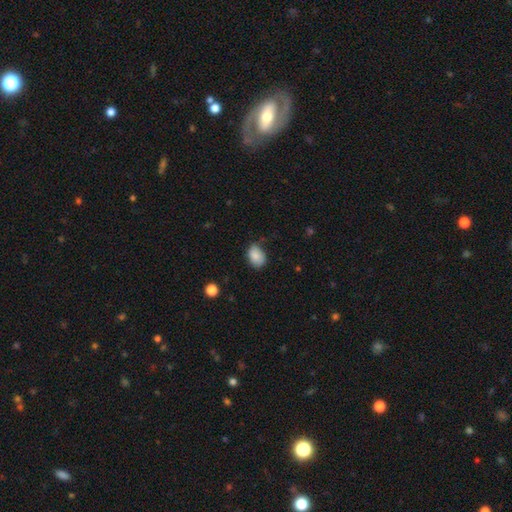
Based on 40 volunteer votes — Q: Smooth or featured?
A: smooth (92%); runner-up: featured or disk (5%)
Q: How rounded?
A: in between (81%); runner-up: round (19%)
Q: Merging?
A: none (51%); runner-up: minor disturbance (46%)